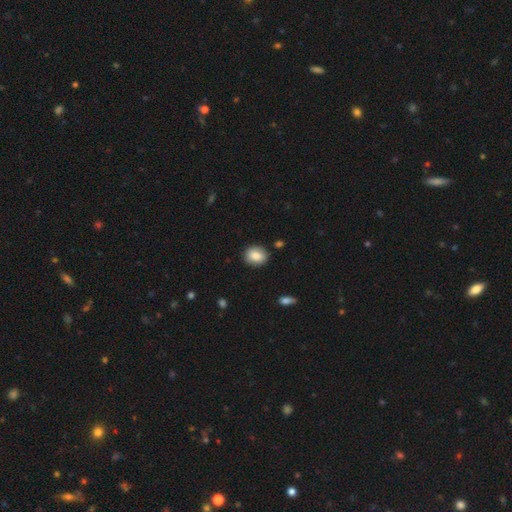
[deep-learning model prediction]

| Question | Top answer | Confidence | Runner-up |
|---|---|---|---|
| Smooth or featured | smooth | 85% | star or artifact (8%) |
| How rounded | round | 55% | in between (44%) |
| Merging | none | 87% | minor disturbance (9%) |